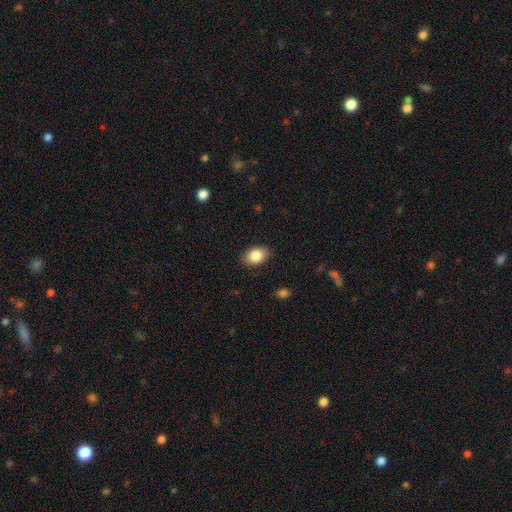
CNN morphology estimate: Smooth or featured? Predicted: smooth (p=0.85). How rounded? Predicted: in between (p=0.81). Merging? Predicted: none (p=0.86).